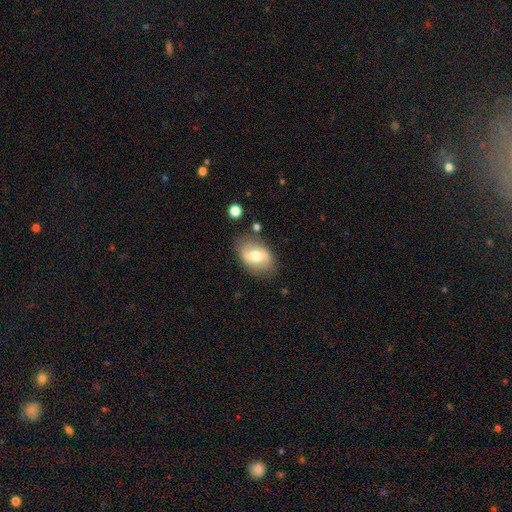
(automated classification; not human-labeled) Overall: smooth (52%; featured or disk 41%). How rounded: in between (82%). Merging: none (74%).